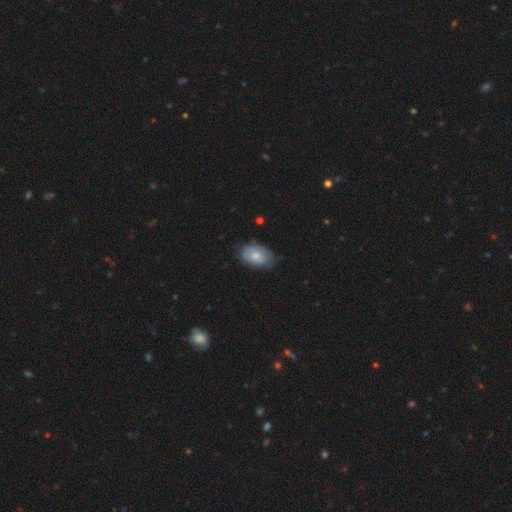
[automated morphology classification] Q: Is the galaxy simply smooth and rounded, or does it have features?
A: smooth — 60%.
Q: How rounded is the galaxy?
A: in between — 86%.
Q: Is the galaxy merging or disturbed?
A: none — 68%.